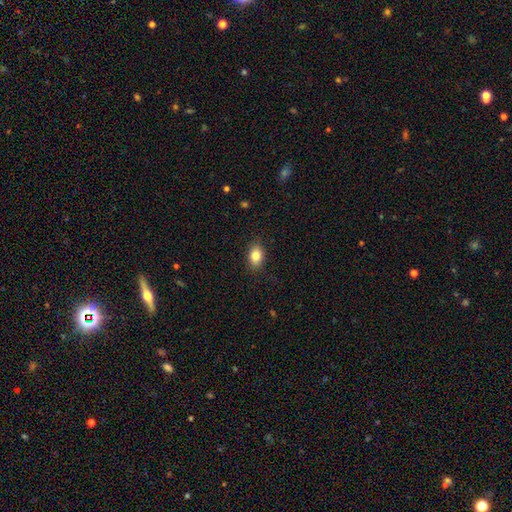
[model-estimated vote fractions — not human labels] Smooth or featured: smooth — 83% (featured or disk — 9%)
How rounded: in between — 80% (round — 18%)
Merging: none — 87% (minor disturbance — 10%)